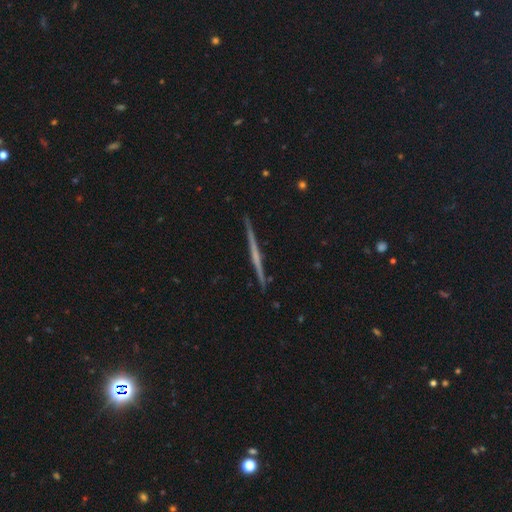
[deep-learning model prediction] featured or disk 72%, smooth 23%, star or artifact 6%. Down the decision tree: edge-on disk — yes (98%); edge-on bulge — none (70%); merging — none (92%).